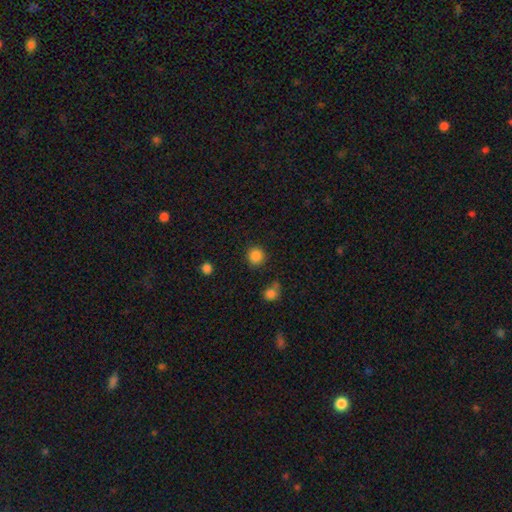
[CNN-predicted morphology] Smooth or featured? smooth (85%)
How rounded? round (93%)
Merging? none (85%)